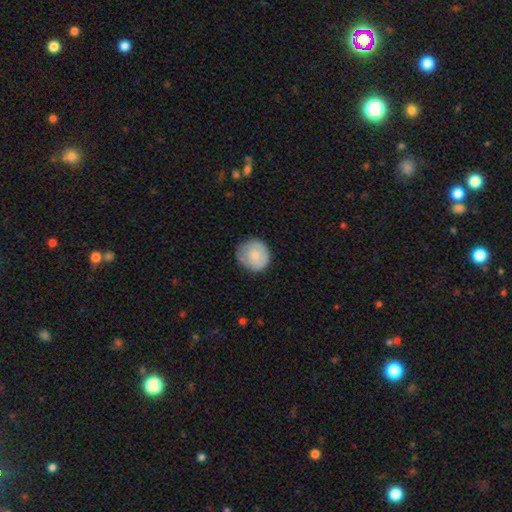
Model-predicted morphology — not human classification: A smooth galaxy with no disk features (75%) that is round (90%). Merging: none (74%).